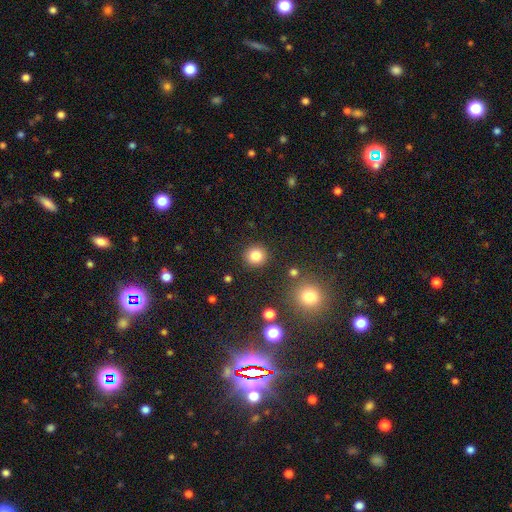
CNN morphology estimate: smooth-or-featured: smooth: 83% | star or artifact: 11% | featured or disk: 6%
  how-rounded: round: 93% | in between: 6% | cigar-shaped: 1%
  merging: none: 90% | minor disturbance: 6% | major disturbance: 2% | merger: 2%